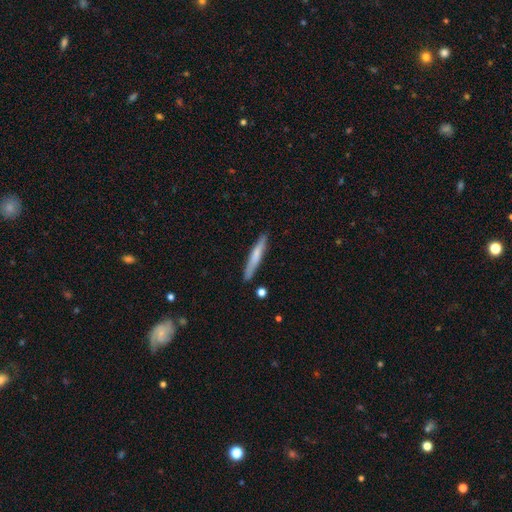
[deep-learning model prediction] The model was most divided on "smooth or featured": smooth: 63%, featured or disk: 31%, star or artifact: 6%. More confident: how rounded — cigar-shaped (95%); merging — none (87%).